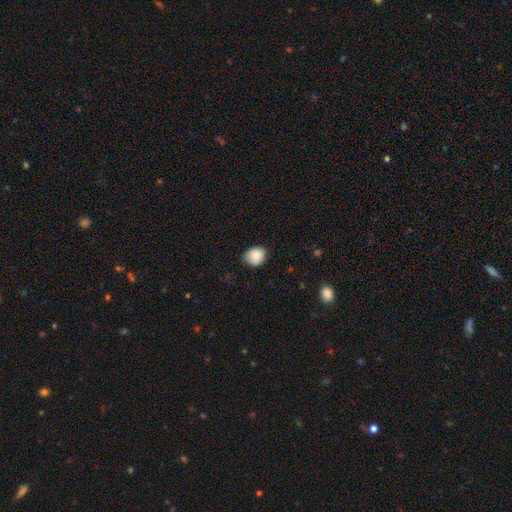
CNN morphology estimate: A smooth galaxy with no disk features (82%) that is round (67%).

Vote fractions:
- Smooth or featured? smooth: 82% / featured or disk: 10% / star or artifact: 8%
- How rounded? round: 67% / in between: 32% / cigar-shaped: 1%
- Merging? none: 70% / minor disturbance: 25% / major disturbance: 4% / merger: 1%